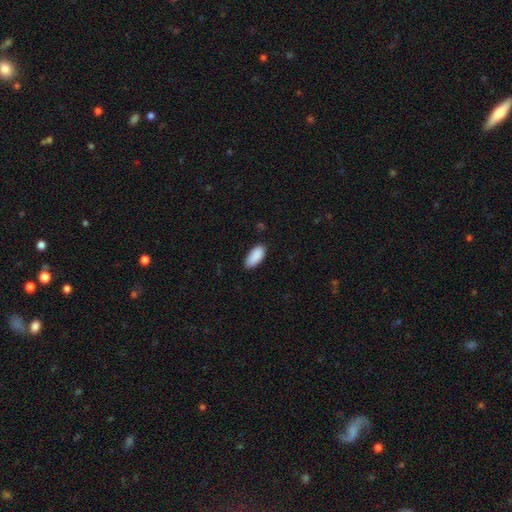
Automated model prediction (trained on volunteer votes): Smooth or featured: smooth — 91% (star or artifact — 6%)
How rounded: in between — 90% (cigar-shaped — 8%)
Merging: none — 82% (minor disturbance — 14%)